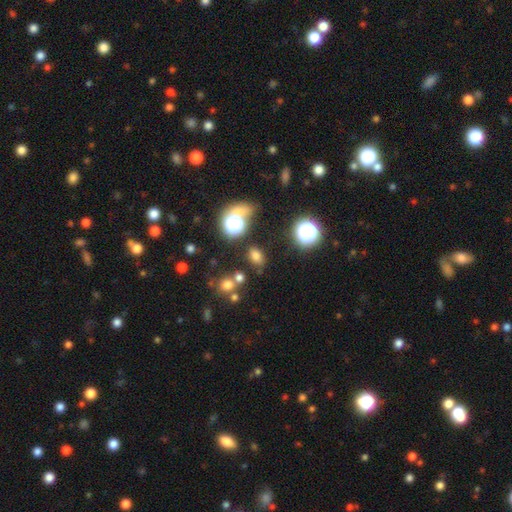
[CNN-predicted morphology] type=smooth (70%); roundness=in between (69%); merging=none (78%).